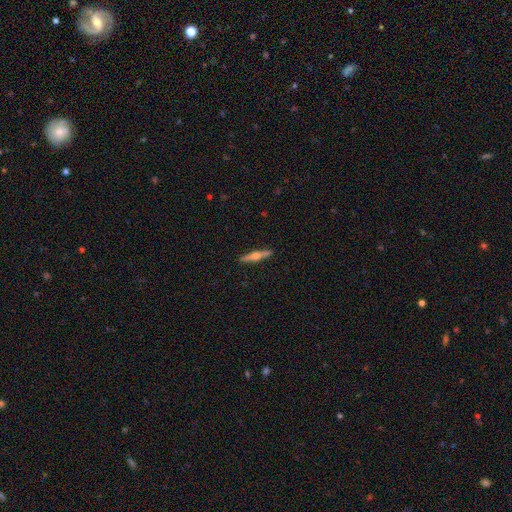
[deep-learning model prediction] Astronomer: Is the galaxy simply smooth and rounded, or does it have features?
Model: featured or disk — 67%.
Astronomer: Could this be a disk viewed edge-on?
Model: yes — 97%.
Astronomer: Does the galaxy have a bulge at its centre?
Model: rounded — 92%.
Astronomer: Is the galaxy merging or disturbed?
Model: none — 90%.